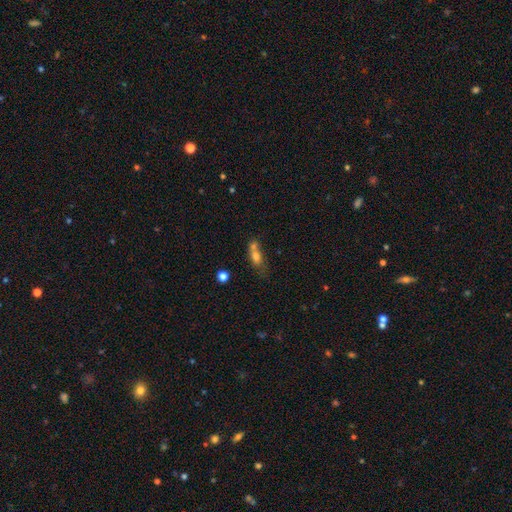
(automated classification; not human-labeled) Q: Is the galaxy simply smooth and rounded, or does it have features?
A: smooth — 67%.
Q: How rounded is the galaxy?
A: in between — 64%.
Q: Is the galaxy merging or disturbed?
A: merger — 52%.